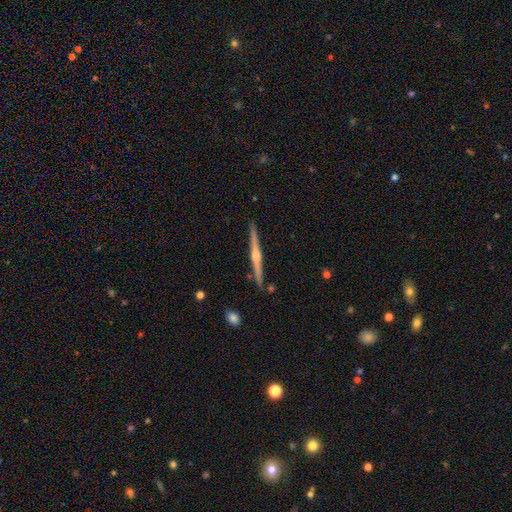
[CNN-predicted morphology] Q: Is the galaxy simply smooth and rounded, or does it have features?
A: featured or disk — 80%.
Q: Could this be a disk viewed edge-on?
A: yes — 99%.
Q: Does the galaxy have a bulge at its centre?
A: rounded — 86%.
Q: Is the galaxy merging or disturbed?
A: none — 90%.